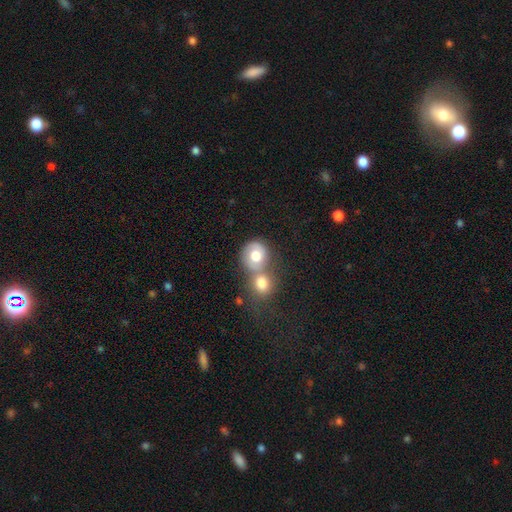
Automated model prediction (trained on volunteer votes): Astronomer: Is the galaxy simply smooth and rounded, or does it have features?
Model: smooth — 65%.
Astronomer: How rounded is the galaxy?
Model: round — 79%.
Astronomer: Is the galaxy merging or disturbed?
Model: merger — 56%.